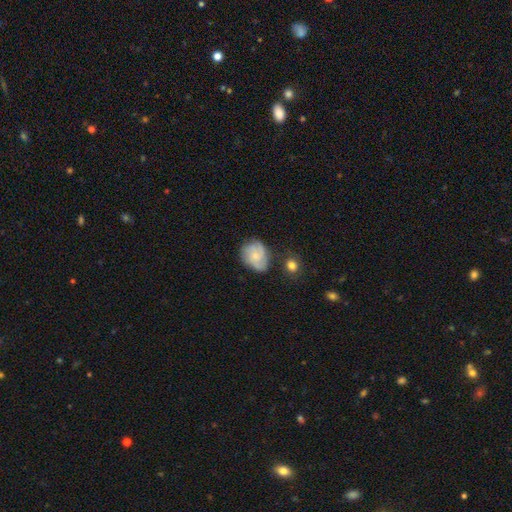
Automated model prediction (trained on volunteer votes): Smooth or featured? Predicted: featured or disk (p=0.49). Merging? Predicted: none (p=0.60).